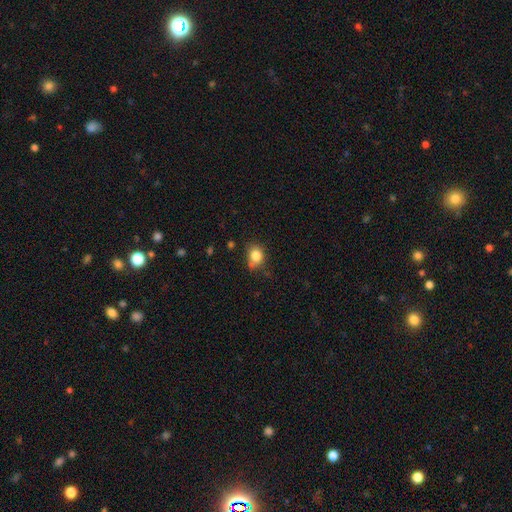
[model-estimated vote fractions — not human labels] smooth-or-featured: smooth: 82% | star or artifact: 10% | featured or disk: 8%
  how-rounded: round: 58% | in between: 41% | cigar-shaped: 1%
  merging: none: 59% | minor disturbance: 27% | merger: 7% | major disturbance: 7%